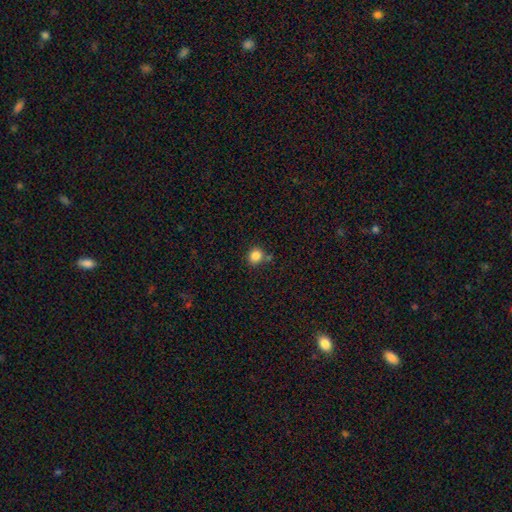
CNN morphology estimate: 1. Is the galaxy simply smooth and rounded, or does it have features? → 85% smooth, 11% star or artifact, 4% featured or disk.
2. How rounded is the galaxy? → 87% round, 12% in between, 1% cigar-shaped.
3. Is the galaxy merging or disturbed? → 75% none, 11% minor disturbance, 11% merger, 3% major disturbance.